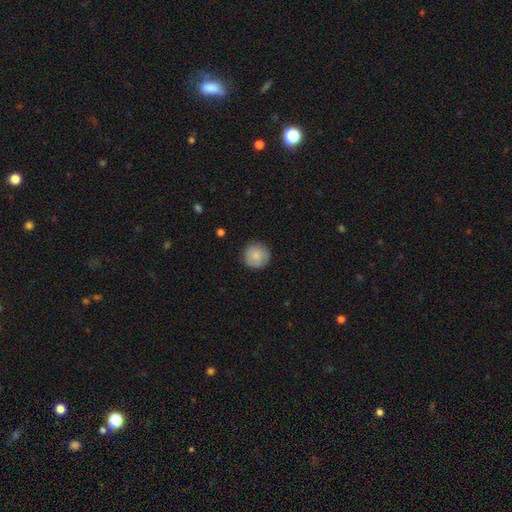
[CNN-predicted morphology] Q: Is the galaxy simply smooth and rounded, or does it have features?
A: smooth — 85%.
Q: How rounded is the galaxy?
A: round — 96%.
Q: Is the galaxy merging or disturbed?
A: none — 89%.